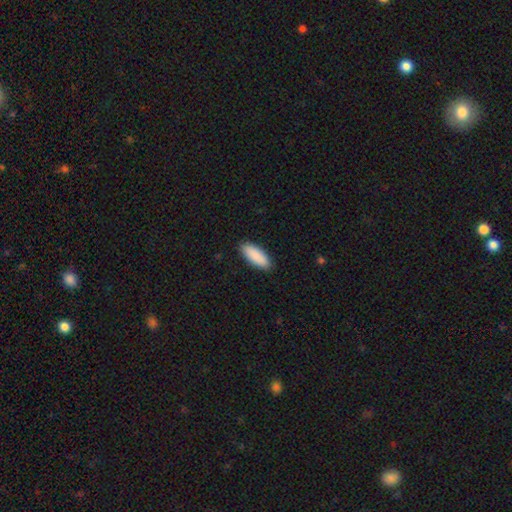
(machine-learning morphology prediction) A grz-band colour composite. It shows a smooth galaxy with no disk features (91%) that is in between round and cigar-shaped (76%). Merging: none (90%).